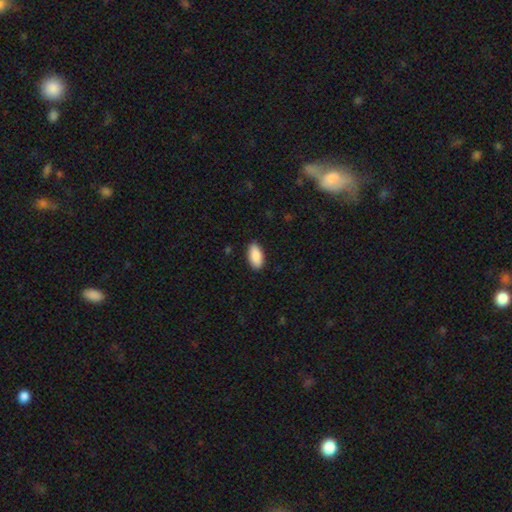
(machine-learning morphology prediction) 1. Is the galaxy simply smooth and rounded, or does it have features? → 90% smooth, 6% star or artifact, 4% featured or disk.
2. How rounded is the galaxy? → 94% in between, 4% cigar-shaped, 2% round.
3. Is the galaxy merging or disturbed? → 89% none, 8% minor disturbance, 2% major disturbance, 1% merger.